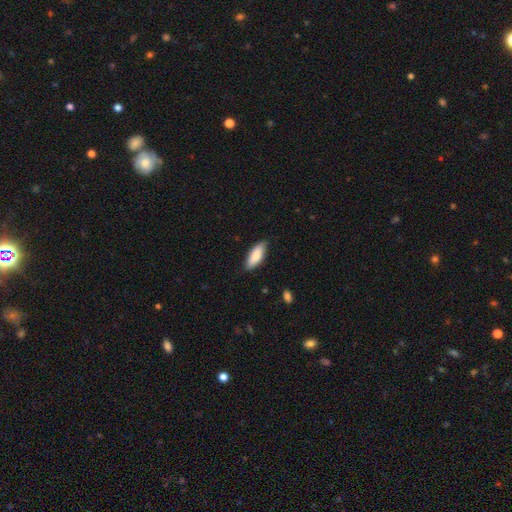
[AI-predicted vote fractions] smooth 81%, featured or disk 13%, star or artifact 6%. Down the decision tree: how rounded — in between (72%); merging — none (81%).